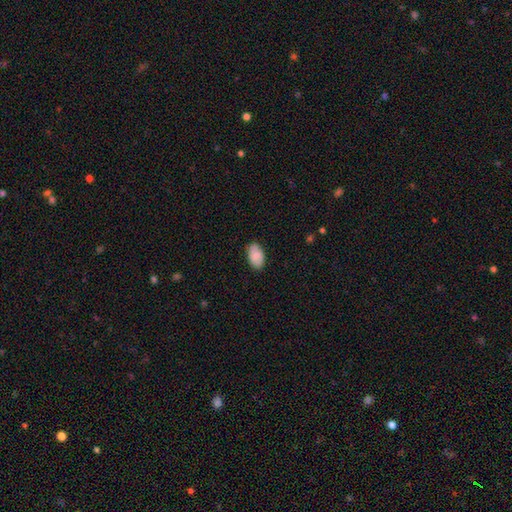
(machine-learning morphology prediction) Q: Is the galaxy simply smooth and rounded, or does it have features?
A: smooth — 80%.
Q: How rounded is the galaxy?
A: in between — 93%.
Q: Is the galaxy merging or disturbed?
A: none — 83%.